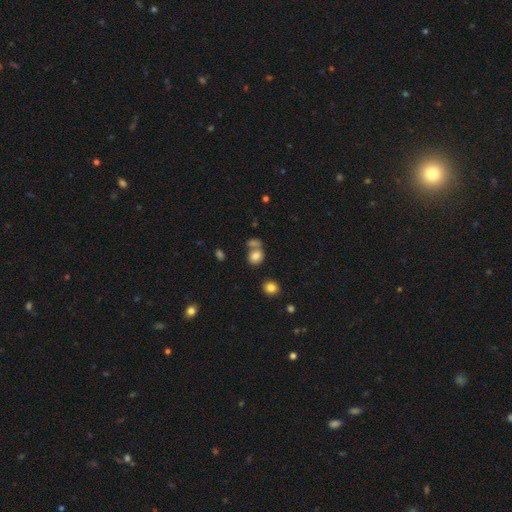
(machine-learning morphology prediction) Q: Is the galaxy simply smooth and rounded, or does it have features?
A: smooth — 79%.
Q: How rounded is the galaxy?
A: round — 51%.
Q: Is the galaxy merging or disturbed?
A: none — 48%.